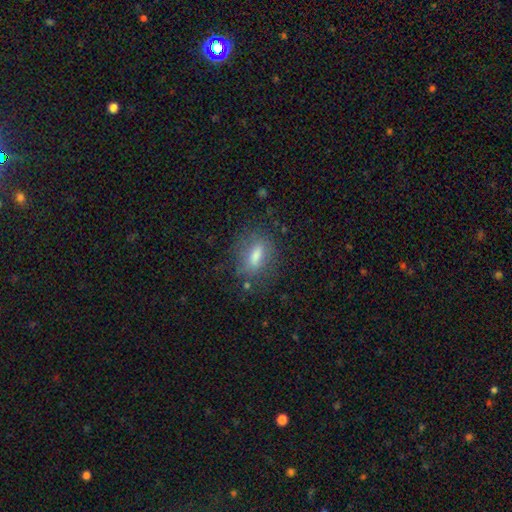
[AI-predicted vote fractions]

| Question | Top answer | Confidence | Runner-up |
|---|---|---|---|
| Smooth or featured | smooth | 67% | featured or disk (22%) |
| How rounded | in between | 64% | cigar-shaped (26%) |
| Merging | none | 75% | minor disturbance (16%) |